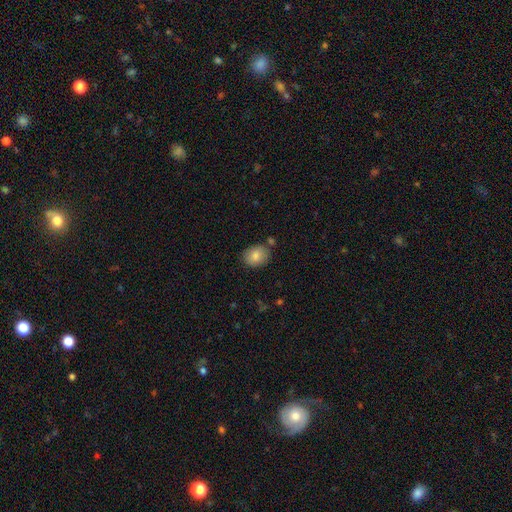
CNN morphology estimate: This is clearly a smooth galaxy (83%). How rounded: possibly in between (55%). Merging: likely none (78%).